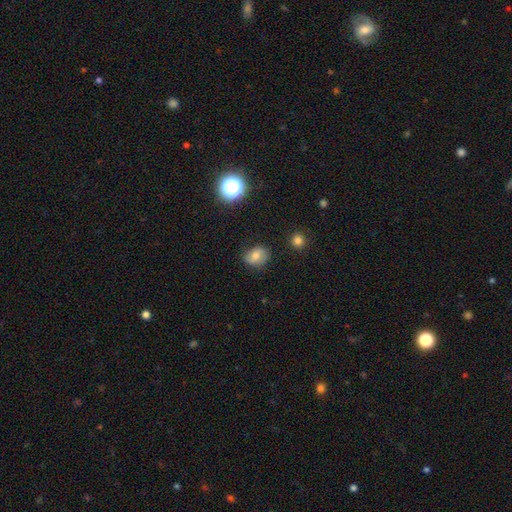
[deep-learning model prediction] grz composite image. It shows a smooth galaxy with no disk features (72%) that is in between round and cigar-shaped (54%). Merging: none (78%).